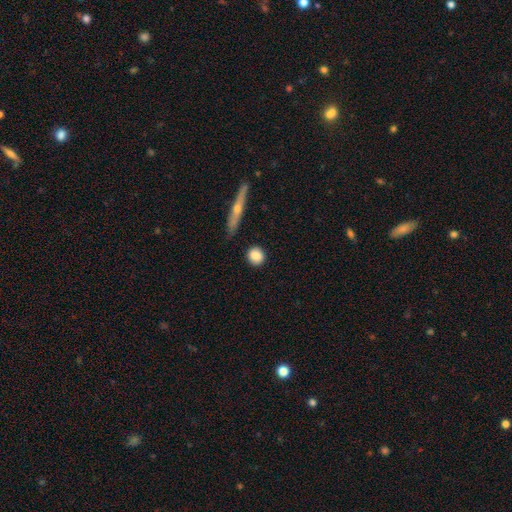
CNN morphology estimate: type=smooth (83%); roundness=round (82%); merging=none (87%).